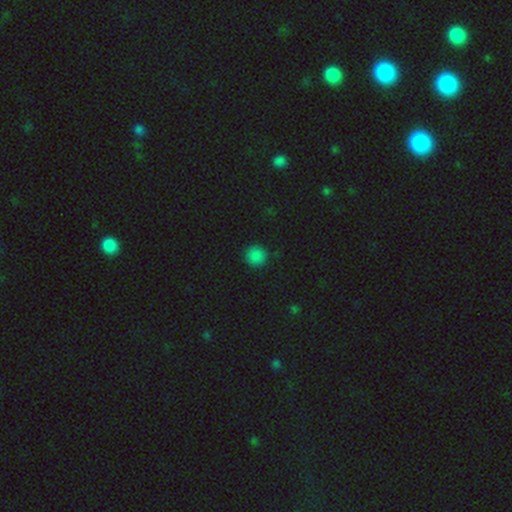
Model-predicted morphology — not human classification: Smooth or featured? Predicted: smooth (p=0.84). How rounded? Predicted: round (p=0.93). Merging? Predicted: none (p=0.91).